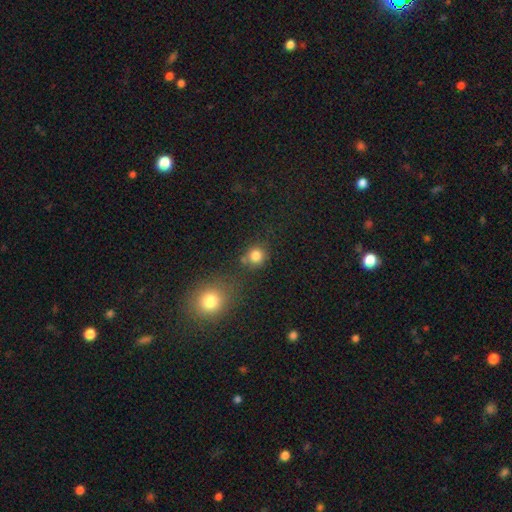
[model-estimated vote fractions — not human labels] This appears to be a smooth galaxy with no disk features (82%) that is round (89%). Merging: none (70%).